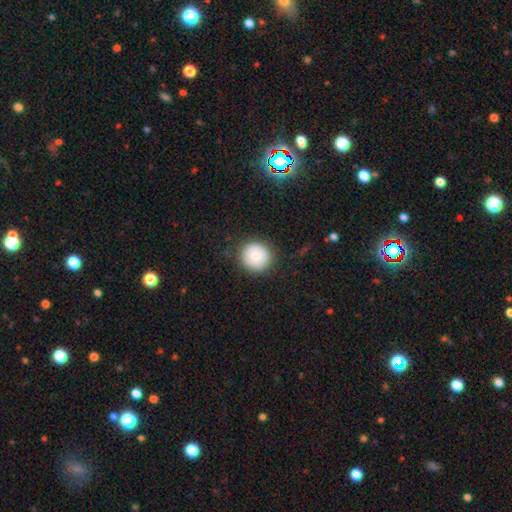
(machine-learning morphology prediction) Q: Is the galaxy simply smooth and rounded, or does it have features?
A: smooth — 77%.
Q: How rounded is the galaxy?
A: round — 95%.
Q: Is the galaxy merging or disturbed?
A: none — 87%.